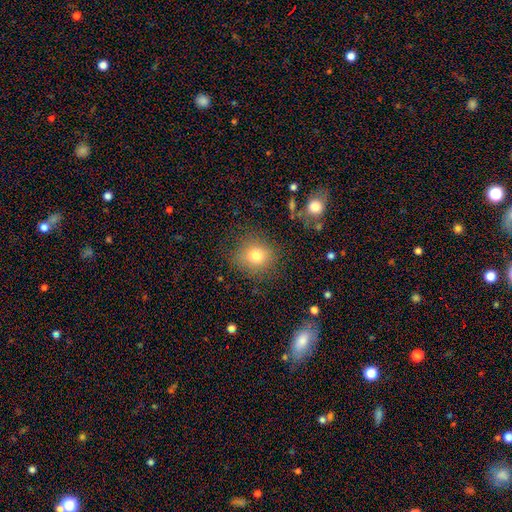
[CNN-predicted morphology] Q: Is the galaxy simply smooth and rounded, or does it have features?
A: smooth — 76%.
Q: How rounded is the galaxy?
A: round — 82%.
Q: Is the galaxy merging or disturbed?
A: none — 80%.